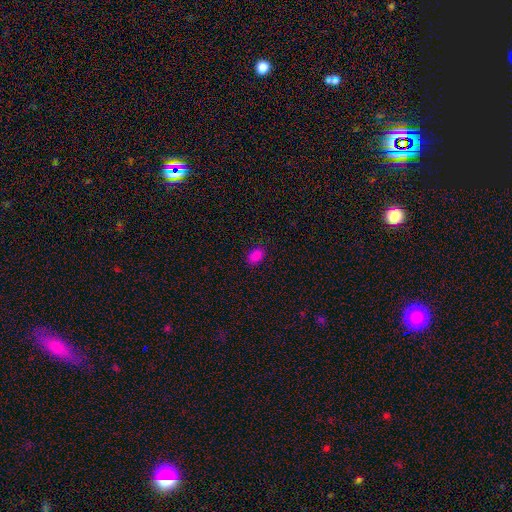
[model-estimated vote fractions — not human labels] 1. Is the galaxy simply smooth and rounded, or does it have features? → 85% smooth, 12% star or artifact, 3% featured or disk.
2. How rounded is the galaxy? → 87% in between, 12% round, 1% cigar-shaped.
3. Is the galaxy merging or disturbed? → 87% none, 10% minor disturbance, 2% major disturbance, 1% merger.